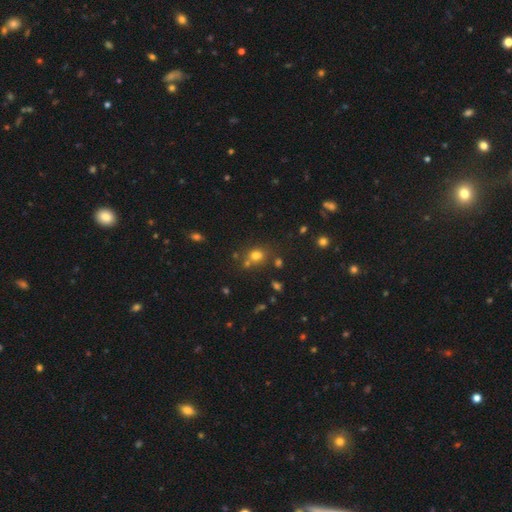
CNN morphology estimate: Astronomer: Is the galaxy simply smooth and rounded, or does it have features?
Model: smooth — 72%.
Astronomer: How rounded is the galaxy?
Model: round — 62%.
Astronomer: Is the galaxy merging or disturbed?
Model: none — 64%.